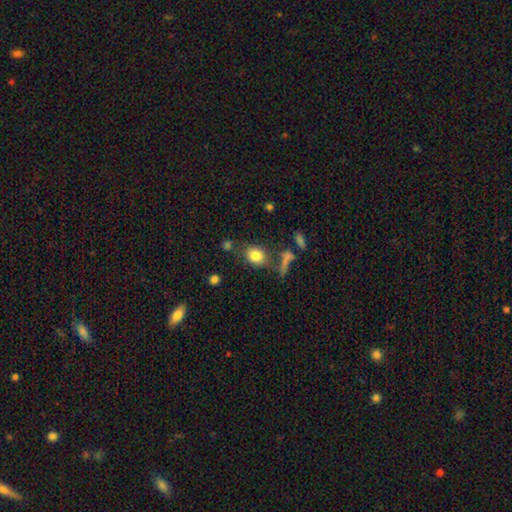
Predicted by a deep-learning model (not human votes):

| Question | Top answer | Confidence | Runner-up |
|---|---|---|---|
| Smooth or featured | smooth | 82% | star or artifact (10%) |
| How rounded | in between | 50% | round (48%) |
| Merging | none | 70% | minor disturbance (14%) |